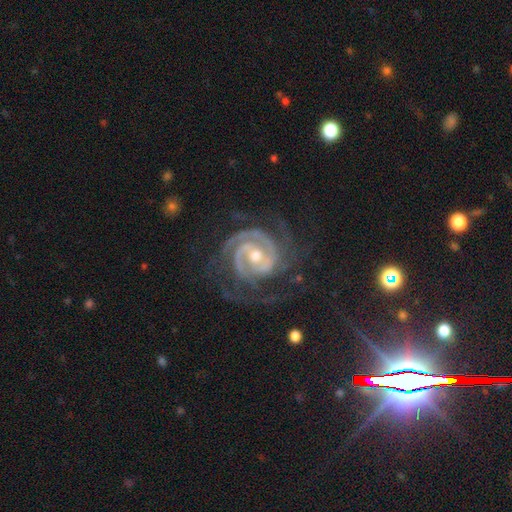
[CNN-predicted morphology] featured or disk 92%, star or artifact 5%, smooth 3%. Down the decision tree: edge-on disk — no (98%); bar — no (42%); spiral arms — yes (98%); spiral arm count — 2 (45%); spiral winding — tight (72%); bulge size — moderate (63%); merging — none (66%).